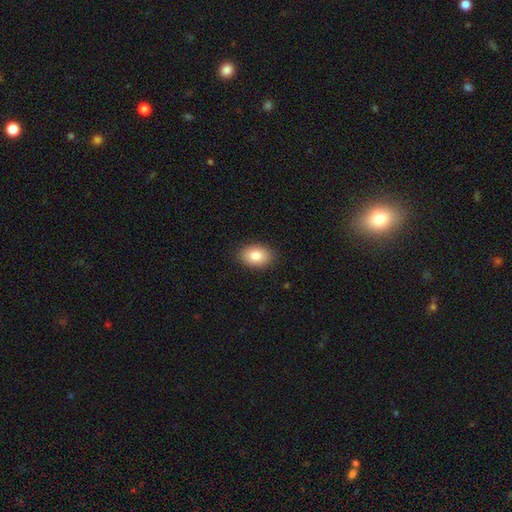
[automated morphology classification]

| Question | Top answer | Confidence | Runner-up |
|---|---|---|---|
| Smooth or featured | smooth | 84% | featured or disk (8%) |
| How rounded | in between | 82% | round (17%) |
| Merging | none | 89% | minor disturbance (8%) |